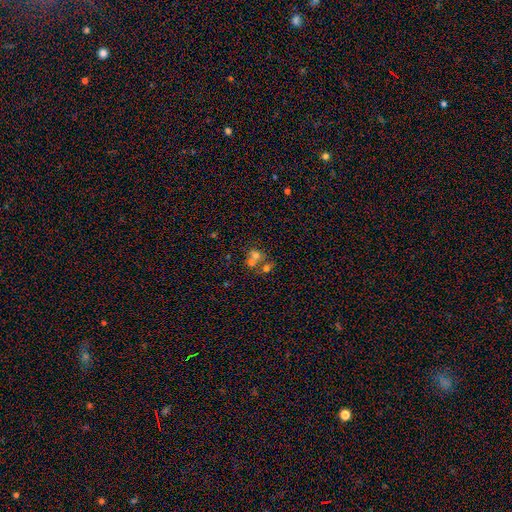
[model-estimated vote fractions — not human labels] Smooth or featured? smooth (58%)
How rounded? round (66%)
Merging? merger (61%)